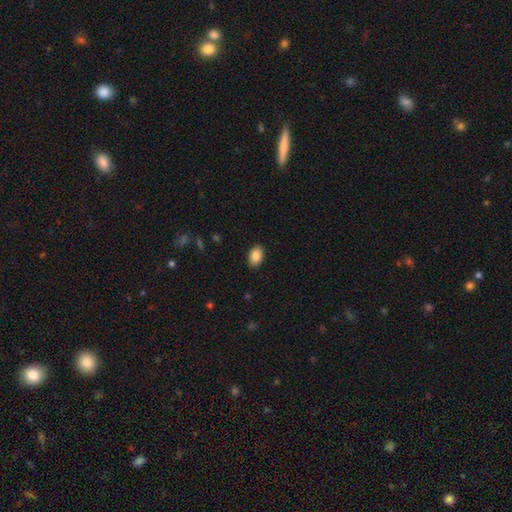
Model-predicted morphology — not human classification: Overall: smooth (87%). How rounded: in between (87%). Merging: none (88%).